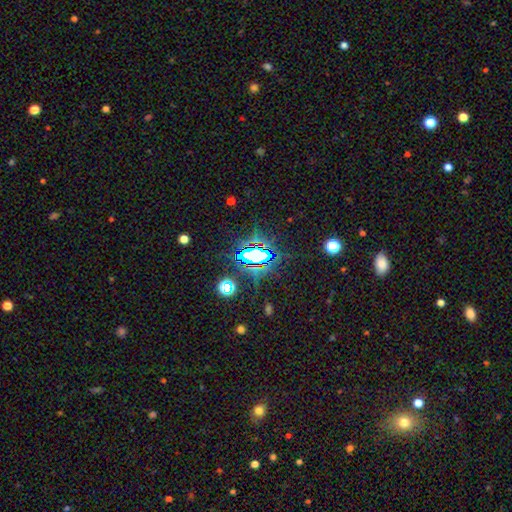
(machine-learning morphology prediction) Smooth or featured? Predicted: star or artifact (p=0.73).